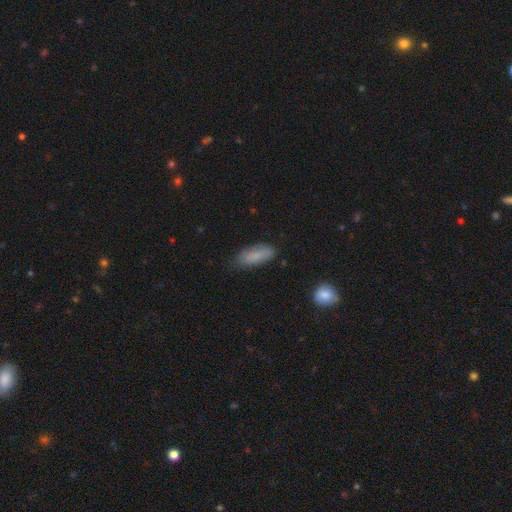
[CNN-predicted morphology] This appears to be a smooth galaxy with no disk features (83%) that is in between round and cigar-shaped (71%). Merging: none (70%).